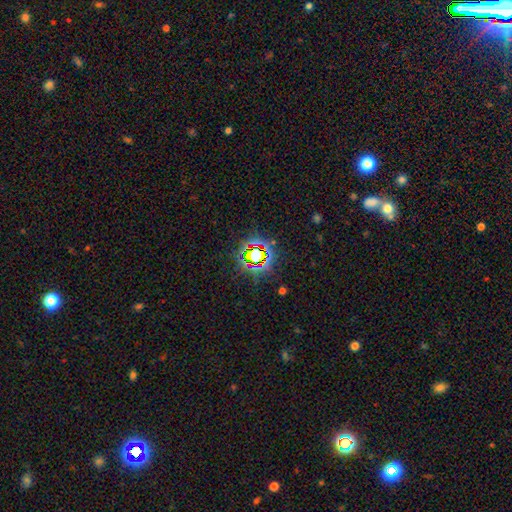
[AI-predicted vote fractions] smooth_or_featured: star or artifact (p=0.74) [alt: smooth p=0.16]